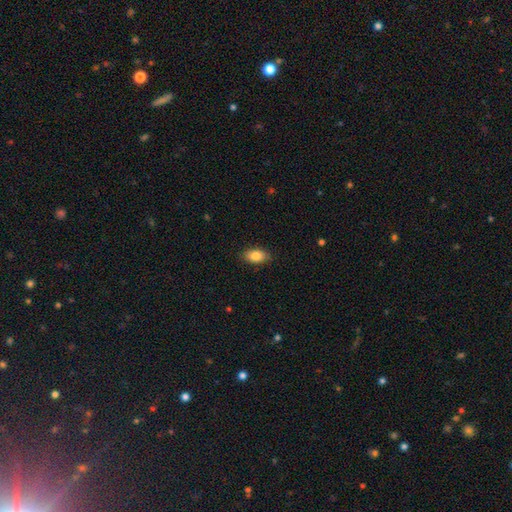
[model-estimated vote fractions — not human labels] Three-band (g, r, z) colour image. It shows a smooth galaxy with no disk features (85%) that is in between round and cigar-shaped (91%). Merging: none (87%).